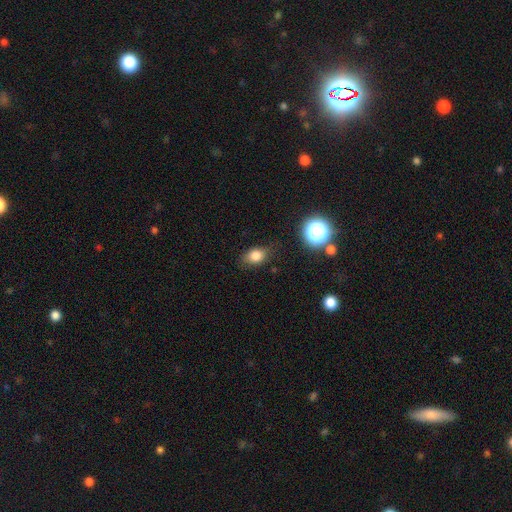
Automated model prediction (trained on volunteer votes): Q: Smooth or featured?
A: smooth (79%); runner-up: star or artifact (12%)
Q: How rounded?
A: in between (69%); runner-up: round (29%)
Q: Merging?
A: none (76%); runner-up: minor disturbance (18%)